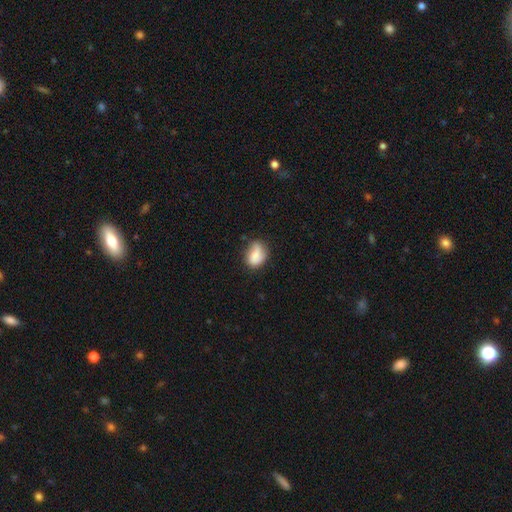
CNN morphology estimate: A smooth galaxy with no disk features (74%) that is in between round and cigar-shaped (71%).

Vote fractions:
- Smooth or featured? smooth: 74% / featured or disk: 18% / star or artifact: 8%
- How rounded? in between: 71% / round: 27% / cigar-shaped: 2%
- Merging? none: 54% / minor disturbance: 32% / major disturbance: 10% / merger: 4%